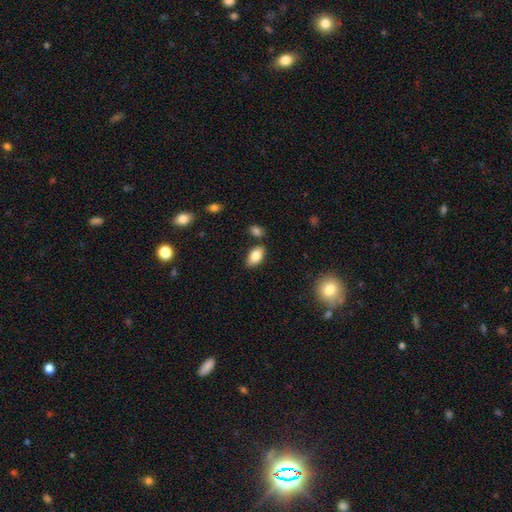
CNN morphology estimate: smooth 82%, featured or disk 11%, star or artifact 7%. Down the decision tree: how rounded — in between (92%); merging — none (80%).